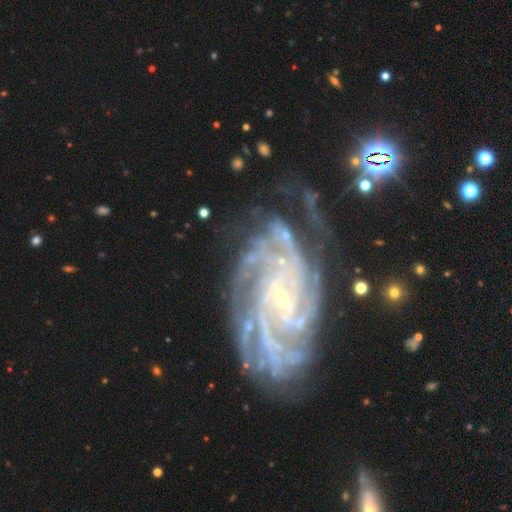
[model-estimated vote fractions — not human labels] Smooth or featured? Predicted: featured or disk (p=0.89). Edge-on disk? Predicted: no (p=0.97). Bar? Predicted: weak (p=0.41). Spiral arms? Predicted: yes (p=0.97). Spiral winding? Predicted: tight (p=0.51). Spiral arm count? Predicted: 2 (p=0.21). Bulge size? Predicted: small (p=0.81). Merging? Predicted: none (p=0.54).